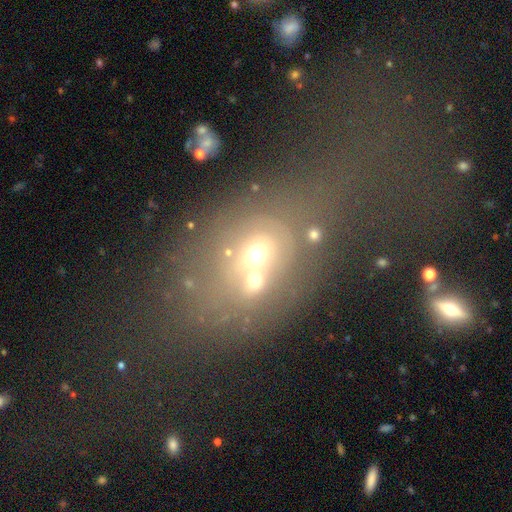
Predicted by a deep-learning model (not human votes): Q: Smooth or featured?
A: smooth (43%); runner-up: featured or disk (33%)
Q: Merging?
A: merger (44%); runner-up: none (22%)